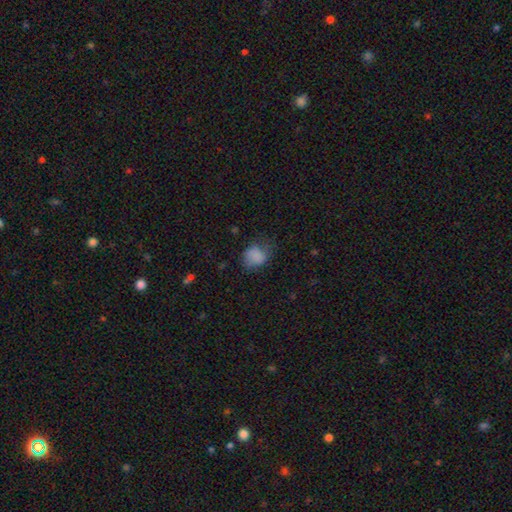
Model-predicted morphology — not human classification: Smooth or featured? Predicted: smooth (p=0.79). How rounded? Predicted: round (p=0.54). Merging? Predicted: none (p=0.49).